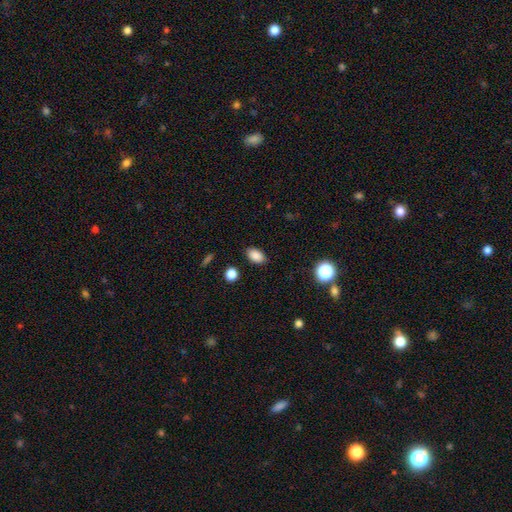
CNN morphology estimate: Smooth or featured? smooth (87%)
How rounded? in between (89%)
Merging? none (86%)